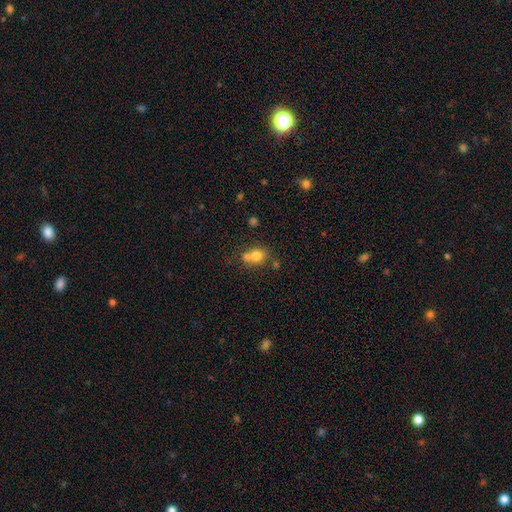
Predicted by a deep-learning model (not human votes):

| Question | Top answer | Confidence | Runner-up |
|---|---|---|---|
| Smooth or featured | smooth | 75% | star or artifact (13%) |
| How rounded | round | 68% | in between (31%) |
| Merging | none | 44% | merger (43%) |